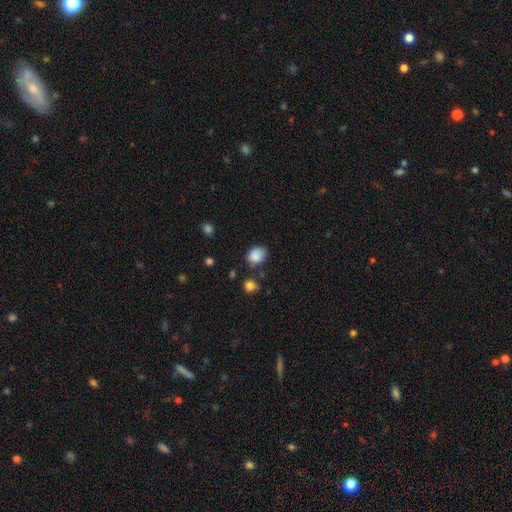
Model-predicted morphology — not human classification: Smooth or featured?
  - smooth: 86% *
  - star or artifact: 9%
  - featured or disk: 5%
How rounded?
  - in between: 50% *
  - round: 49%
  - cigar-shaped: 1%
Merging?
  - none: 64% *
  - minor disturbance: 25%
  - major disturbance: 6%
  - merger: 5%